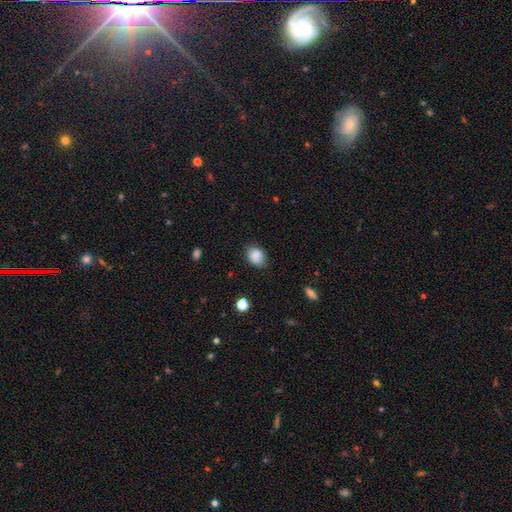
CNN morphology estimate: Smooth or featured?
  - smooth: 87% *
  - star or artifact: 9%
  - featured or disk: 5%
How rounded?
  - in between: 54% *
  - round: 45%
  - cigar-shaped: 1%
Merging?
  - none: 77% *
  - minor disturbance: 18%
  - major disturbance: 4%
  - merger: 1%